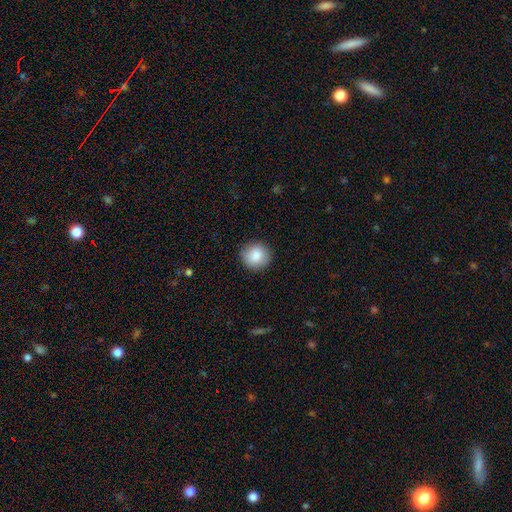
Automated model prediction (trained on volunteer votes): smooth_or_featured: smooth (p=0.87) [alt: star or artifact p=0.08]
how_rounded: round (p=0.93) [alt: in between p=0.06]
merging: none (p=0.90) [alt: minor disturbance p=0.07]